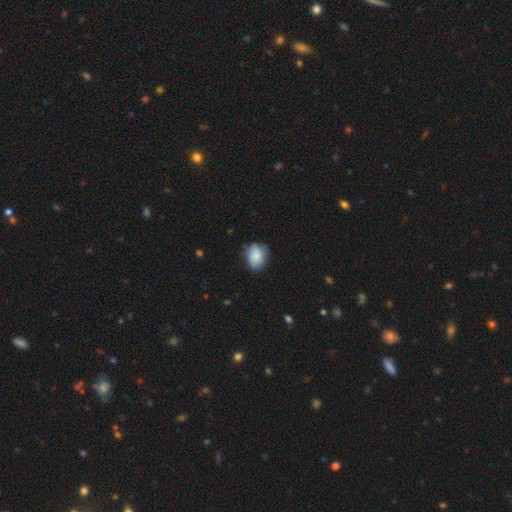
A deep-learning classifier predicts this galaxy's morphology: smooth-or-featured: smooth: 82% | featured or disk: 11% | star or artifact: 7%
  how-rounded: in between: 54% | round: 45% | cigar-shaped: 1%
  merging: none: 69% | minor disturbance: 25% | major disturbance: 5% | merger: 1%